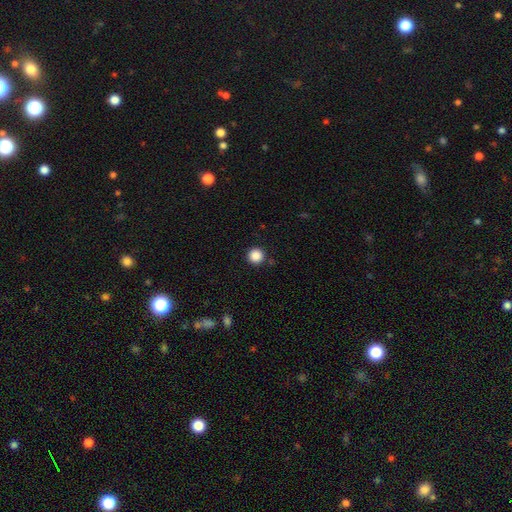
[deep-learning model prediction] smooth-or-featured: smooth: 87% | star or artifact: 10% | featured or disk: 3%
  how-rounded: round: 96% | in between: 3% | cigar-shaped: 1%
  merging: none: 91% | minor disturbance: 5% | major disturbance: 2% | merger: 2%